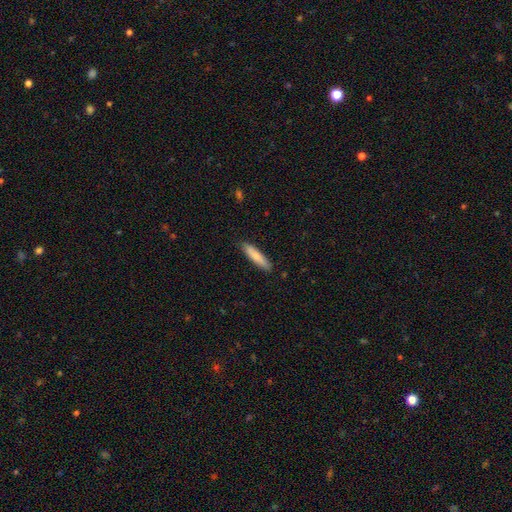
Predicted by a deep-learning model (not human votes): smooth-or-featured: smooth: 82% | featured or disk: 12% | star or artifact: 5%
  how-rounded: cigar-shaped: 82% | in between: 17% | round: 1%
  merging: none: 87% | minor disturbance: 10% | major disturbance: 2% | merger: 1%